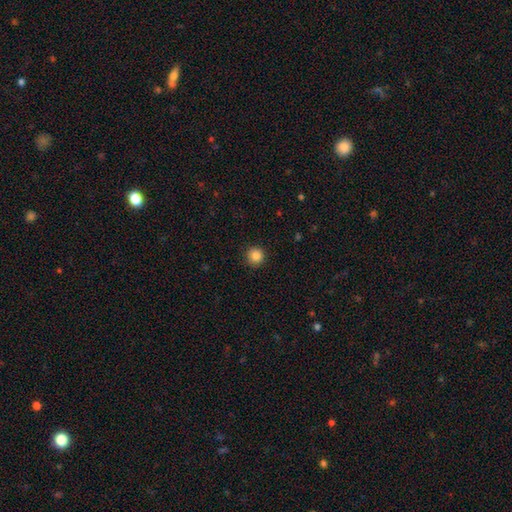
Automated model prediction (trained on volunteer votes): This is clearly a smooth galaxy (86%). How rounded: clearly round (95%). Merging: clearly none (91%).